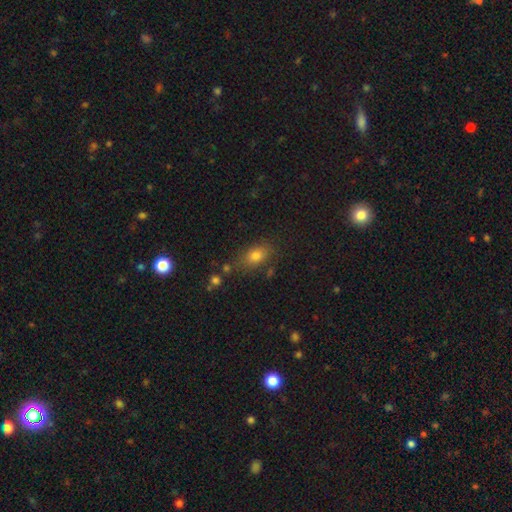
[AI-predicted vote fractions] A smooth galaxy with no disk features (76%) that is in between round and cigar-shaped (78%).

Vote fractions:
- Smooth or featured? smooth: 76% / star or artifact: 14% / featured or disk: 10%
- How rounded? in between: 78% / round: 19% / cigar-shaped: 3%
- Merging? none: 73% / minor disturbance: 16% / merger: 6% / major disturbance: 5%